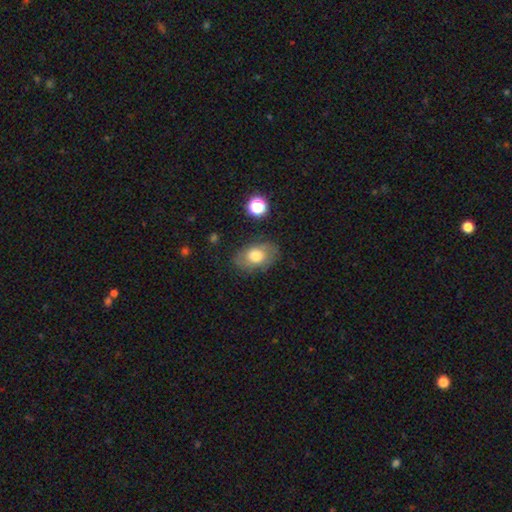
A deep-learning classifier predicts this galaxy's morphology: A smooth galaxy with no disk features (61%) that is in between round and cigar-shaped (81%).

Vote fractions:
- Smooth or featured? smooth: 61% / featured or disk: 30% / star or artifact: 9%
- How rounded? in between: 81% / round: 18% / cigar-shaped: 1%
- Merging? none: 71% / minor disturbance: 19% / major disturbance: 8% / merger: 2%